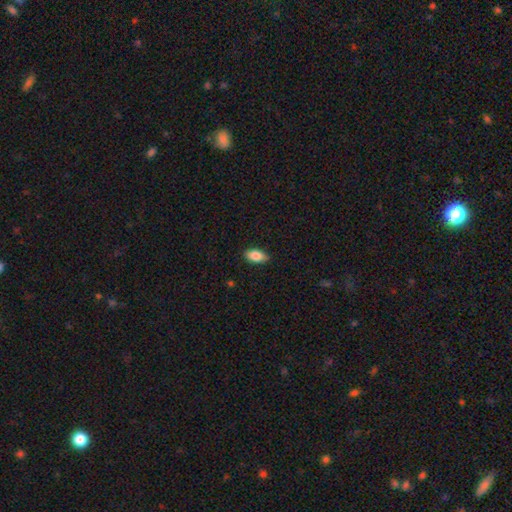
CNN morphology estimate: A smooth galaxy with no disk features (84%) that is in between round and cigar-shaped (91%). Merging: none (87%).